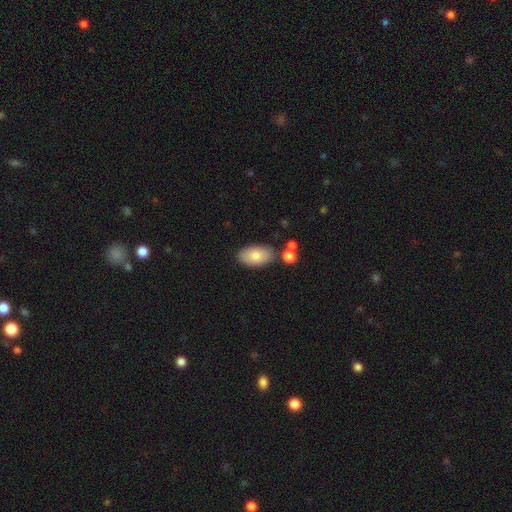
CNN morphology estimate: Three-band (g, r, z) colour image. It shows a smooth galaxy with no disk features (79%) that is in between round and cigar-shaped (94%). Merging: none (78%).